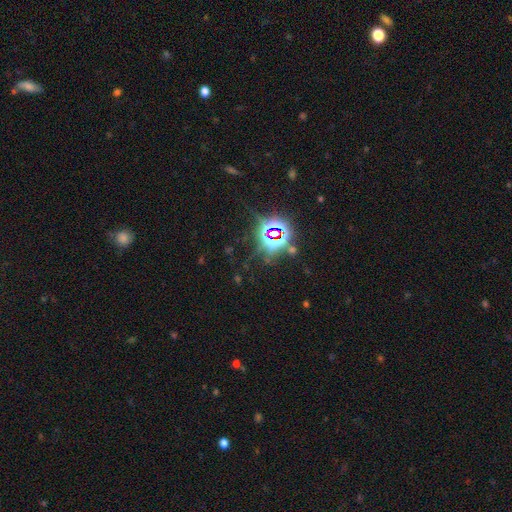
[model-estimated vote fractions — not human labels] Smooth or featured: star or artifact — 81% (smooth — 12%)